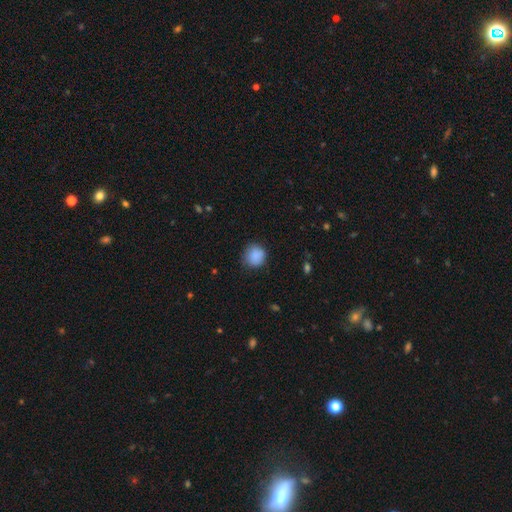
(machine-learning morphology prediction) Overall: smooth (87%). How rounded: round (87%). Merging: none (77%).